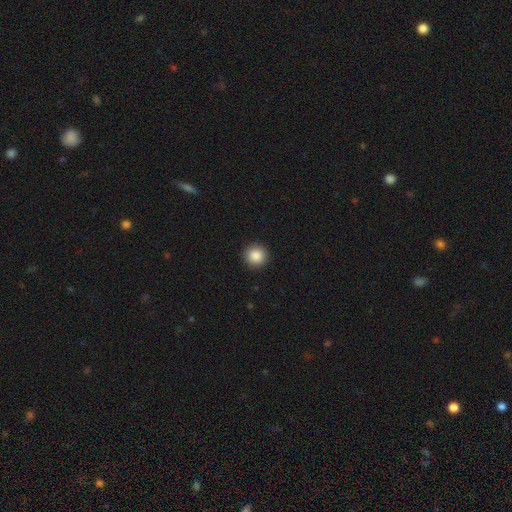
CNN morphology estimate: smooth-or-featured: smooth: 87% | star or artifact: 9% | featured or disk: 4%
  how-rounded: round: 94% | in between: 5% | cigar-shaped: 1%
  merging: none: 93% | minor disturbance: 4% | major disturbance: 2% | merger: 1%